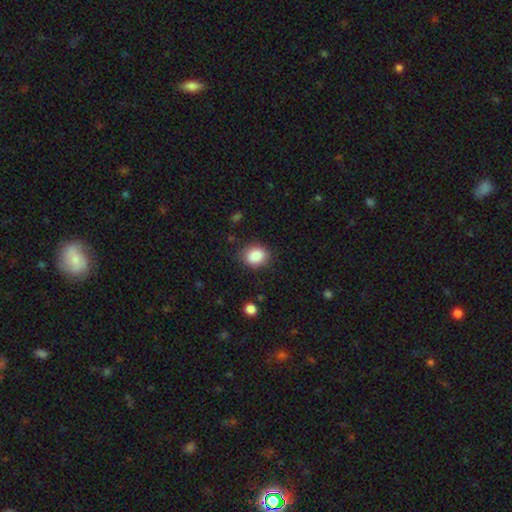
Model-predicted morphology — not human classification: Q: Smooth or featured?
A: smooth (88%); runner-up: star or artifact (8%)
Q: How rounded?
A: round (54%); runner-up: in between (45%)
Q: Merging?
A: none (82%); runner-up: minor disturbance (12%)